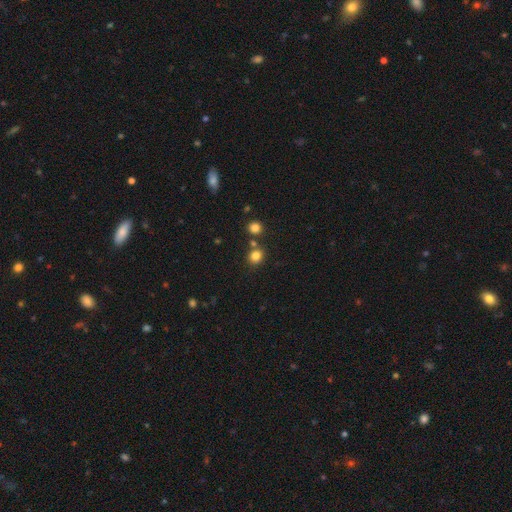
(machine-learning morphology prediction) The model was most divided on "merging": none: 73%, merger: 15%, minor disturbance: 9%, major disturbance: 3%. More confident: smooth or featured — smooth (82%); how rounded — round (79%).